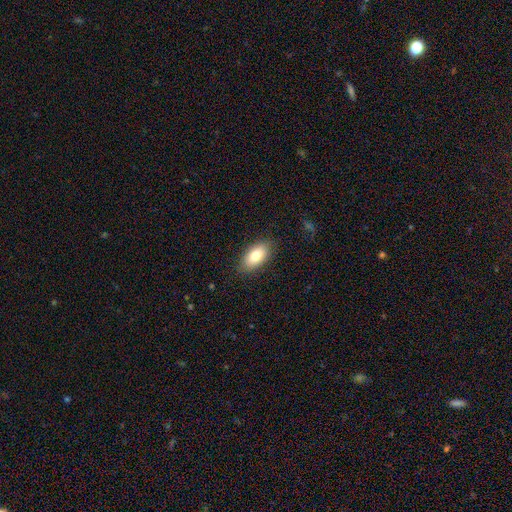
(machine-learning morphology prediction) Smooth or featured?
  - smooth: 80% *
  - featured or disk: 13%
  - star or artifact: 7%
How rounded?
  - in between: 92% *
  - round: 4%
  - cigar-shaped: 4%
Merging?
  - none: 86% *
  - minor disturbance: 11%
  - major disturbance: 2%
  - merger: 1%